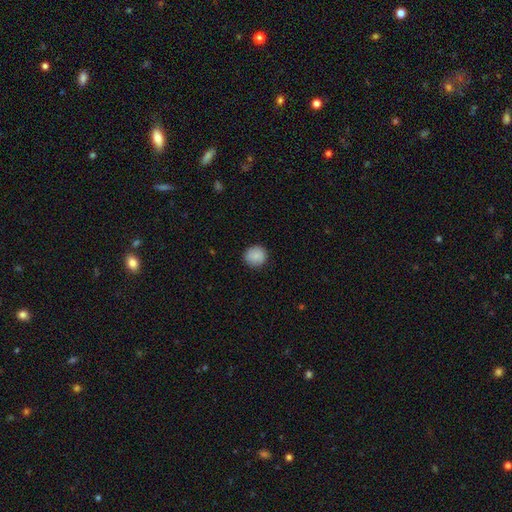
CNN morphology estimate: smooth_or_featured: smooth (p=0.88) [alt: star or artifact p=0.08]
how_rounded: round (p=0.90) [alt: in between p=0.09]
merging: none (p=0.90) [alt: minor disturbance p=0.07]